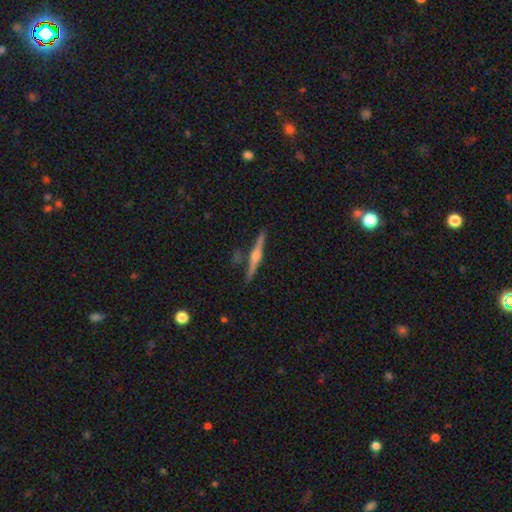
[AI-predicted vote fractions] A featured or disk galaxy (81%) viewed edge-on (98%) with a rounded central bulge (92%). Merging: none (87%).